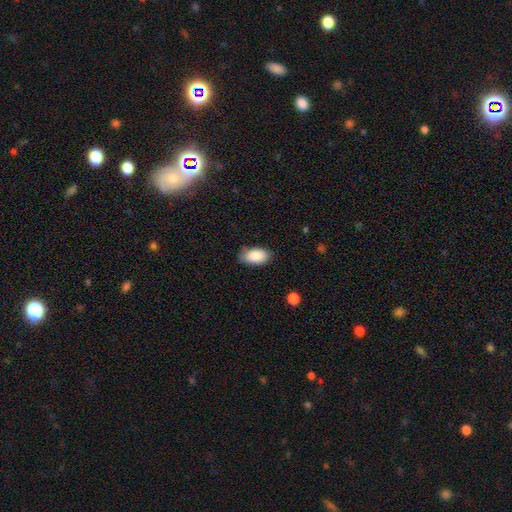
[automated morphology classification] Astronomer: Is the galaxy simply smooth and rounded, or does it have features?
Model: smooth — 88%.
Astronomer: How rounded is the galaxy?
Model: in between — 94%.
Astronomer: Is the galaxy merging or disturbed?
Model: none — 76%.